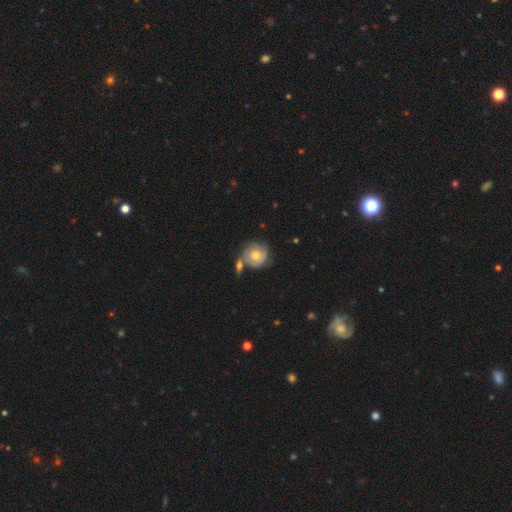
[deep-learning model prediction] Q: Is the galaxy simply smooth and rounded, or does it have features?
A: featured or disk — 66%.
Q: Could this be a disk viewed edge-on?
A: no — 97%.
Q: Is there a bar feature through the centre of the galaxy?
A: no — 79%.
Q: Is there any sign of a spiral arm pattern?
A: yes — 86%.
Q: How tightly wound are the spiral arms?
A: tight — 68%.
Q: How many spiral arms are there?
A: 2 — 47%.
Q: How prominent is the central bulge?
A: moderate — 74%.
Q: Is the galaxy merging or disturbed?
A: none — 52%.